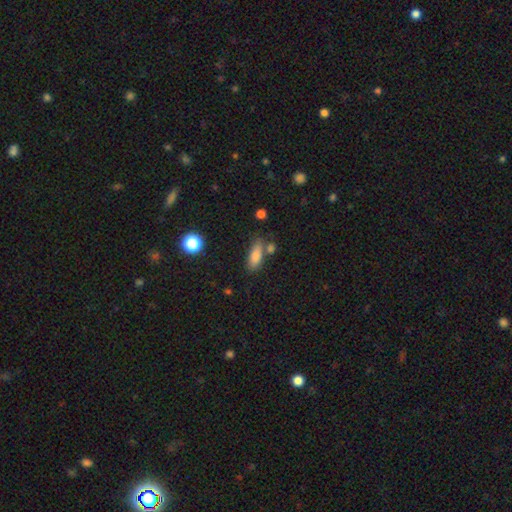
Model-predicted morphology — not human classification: smooth-or-featured: smooth: 81% | featured or disk: 10% | star or artifact: 9%
  how-rounded: in between: 65% | cigar-shaped: 31% | round: 4%
  merging: none: 62% | minor disturbance: 18% | merger: 15% | major disturbance: 5%